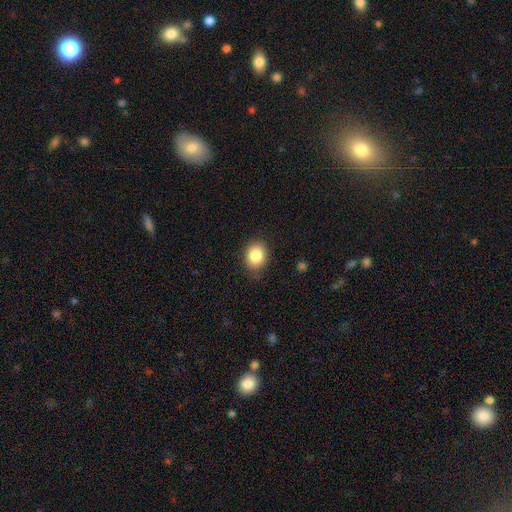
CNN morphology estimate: smooth 85%, star or artifact 9%, featured or disk 6%. Down the decision tree: how rounded — round (53%); merging — none (83%).